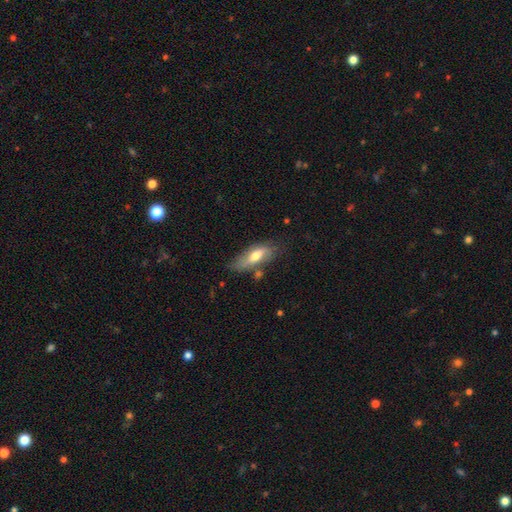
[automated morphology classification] Smooth or featured? smooth (63%)
How rounded? in between (70%)
Merging? none (57%)